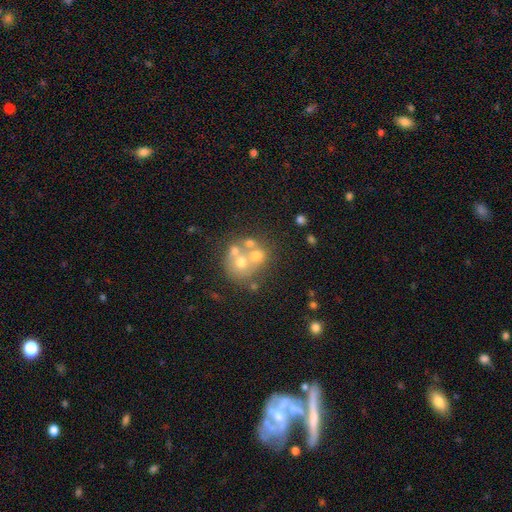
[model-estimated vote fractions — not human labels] A smooth galaxy with no disk features (48%).

Vote fractions:
- Smooth or featured? smooth: 48% / featured or disk: 36% / star or artifact: 15%
- Merging? merger: 50% / none: 35% / minor disturbance: 9% / major disturbance: 7%